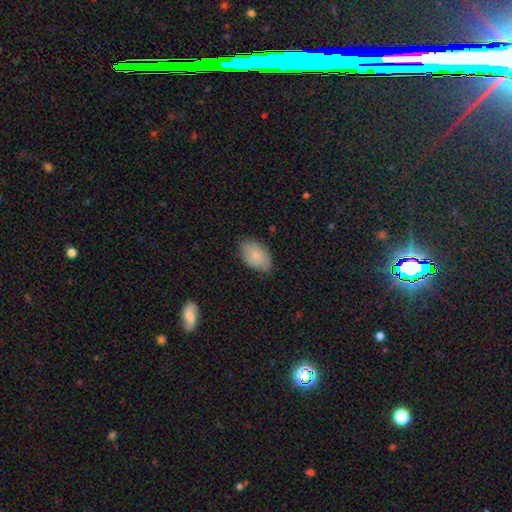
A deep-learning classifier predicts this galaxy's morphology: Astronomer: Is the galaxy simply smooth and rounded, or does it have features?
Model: smooth — 69%.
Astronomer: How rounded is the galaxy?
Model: in between — 92%.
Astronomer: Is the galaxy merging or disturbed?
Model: none — 70%.